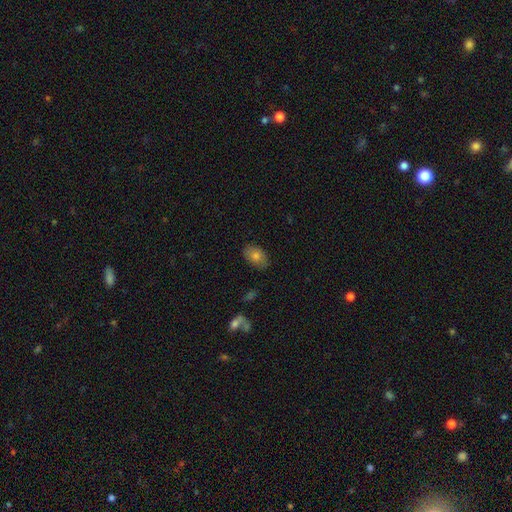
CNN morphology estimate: smooth-or-featured: smooth: 77% | featured or disk: 15% | star or artifact: 9%
  how-rounded: in between: 87% | round: 12% | cigar-shaped: 1%
  merging: none: 82% | minor disturbance: 13% | major disturbance: 3% | merger: 2%